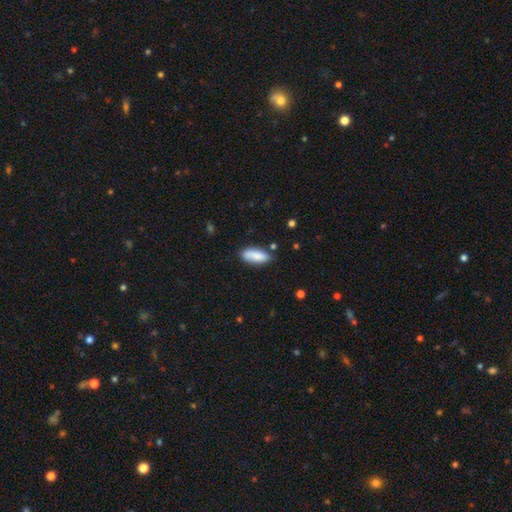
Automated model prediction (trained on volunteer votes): A smooth galaxy with no disk features (85%) that is in between round and cigar-shaped (75%). Merging: none (77%).